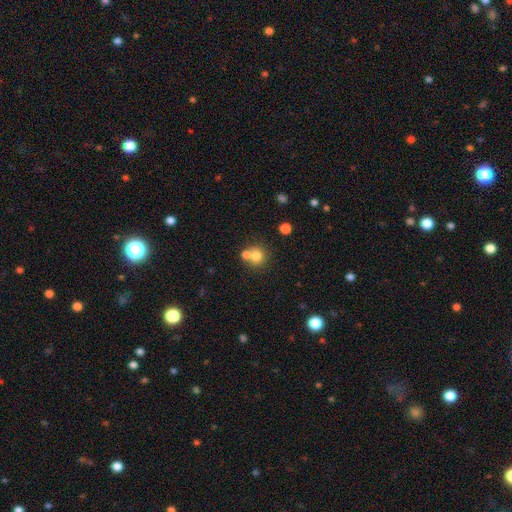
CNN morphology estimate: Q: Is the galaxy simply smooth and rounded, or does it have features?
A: smooth — 77%.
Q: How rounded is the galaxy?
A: round — 89%.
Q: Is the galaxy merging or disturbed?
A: none — 53%.